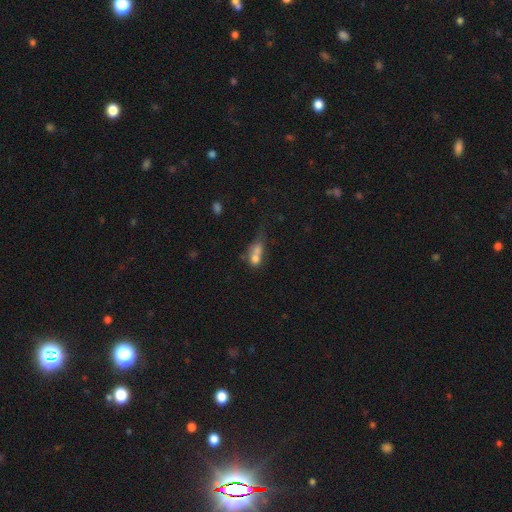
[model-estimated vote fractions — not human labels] A smooth galaxy with no disk features (66%) that is in between round and cigar-shaped (54%).

Vote fractions:
- Smooth or featured? smooth: 66% / featured or disk: 22% / star or artifact: 12%
- How rounded? in between: 54% / round: 39% / cigar-shaped: 7%
- Merging? merger: 59% / none: 19% / minor disturbance: 11% / major disturbance: 10%